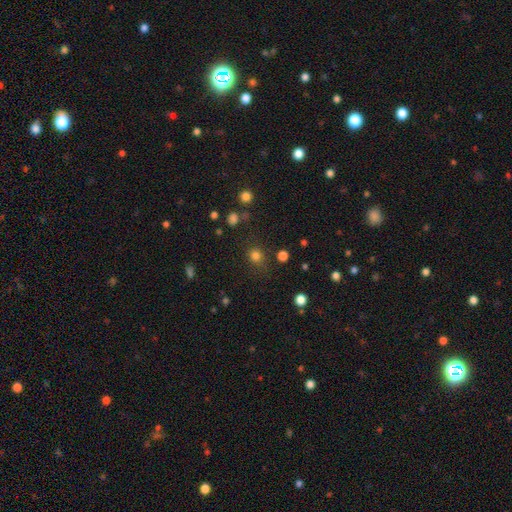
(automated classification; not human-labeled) Smooth or featured?
  - smooth: 78% *
  - star or artifact: 17%
  - featured or disk: 5%
How rounded?
  - round: 86% *
  - in between: 13%
  - cigar-shaped: 1%
Merging?
  - none: 78% *
  - minor disturbance: 13%
  - major disturbance: 6%
  - merger: 4%